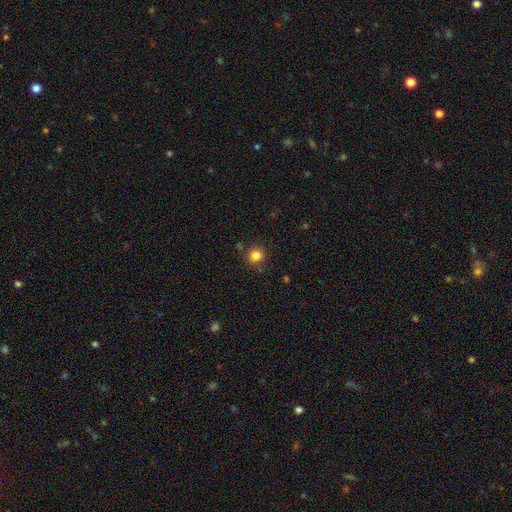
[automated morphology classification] smooth-or-featured: smooth: 83% | star or artifact: 12% | featured or disk: 5%
  how-rounded: round: 90% | in between: 10% | cigar-shaped: 1%
  merging: none: 85% | minor disturbance: 9% | merger: 3% | major disturbance: 3%